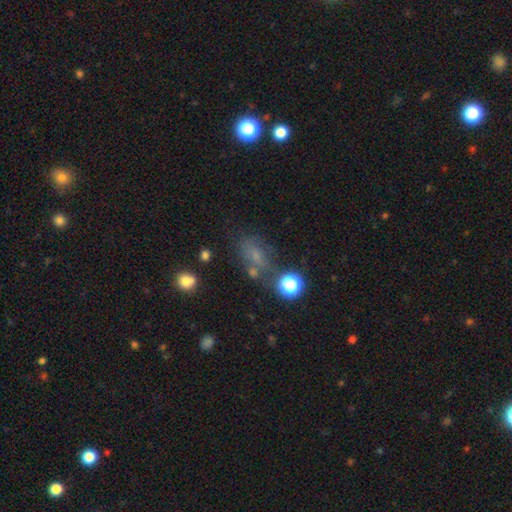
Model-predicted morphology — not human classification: The model was most divided on "smooth or featured": smooth: 51%, star or artifact: 30%, featured or disk: 19%. More confident: how rounded — in between (67%); merging — none (54%).